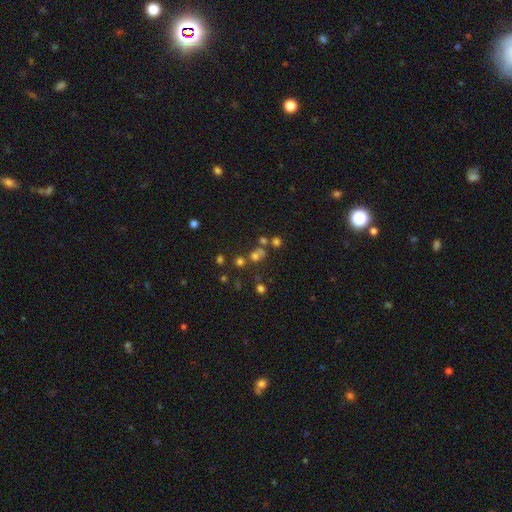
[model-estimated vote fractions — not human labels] smooth 51%, star or artifact 34%, featured or disk 14%. Down the decision tree: how rounded — round (85%); merging — none (57%).